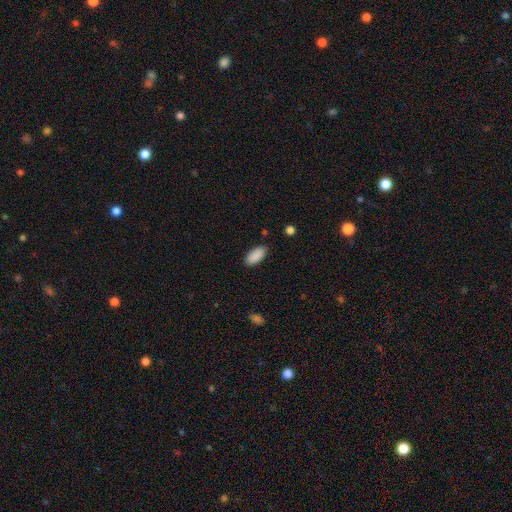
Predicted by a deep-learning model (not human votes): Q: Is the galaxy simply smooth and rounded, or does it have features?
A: smooth — 90%.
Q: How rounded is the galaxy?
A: in between — 89%.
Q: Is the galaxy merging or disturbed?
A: none — 87%.